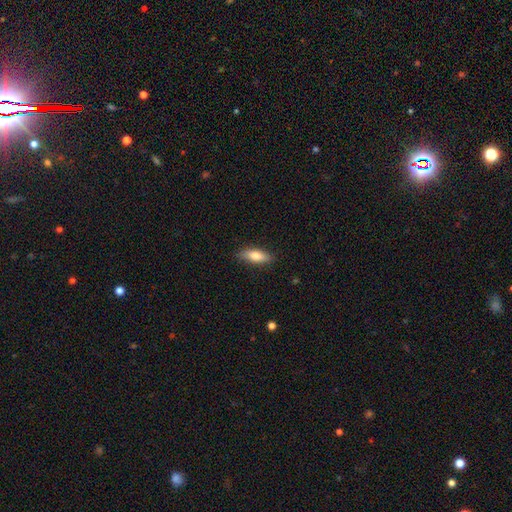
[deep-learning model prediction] Overall: smooth (77%). How rounded: in between (61%; cigar-shaped 36%). Merging: none (85%).